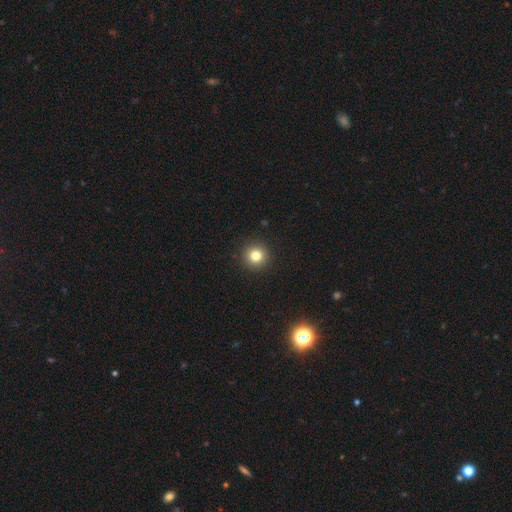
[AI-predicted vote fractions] Q: Smooth or featured?
A: smooth (81%); runner-up: star or artifact (13%)
Q: How rounded?
A: round (95%); runner-up: in between (4%)
Q: Merging?
A: none (92%); runner-up: minor disturbance (5%)